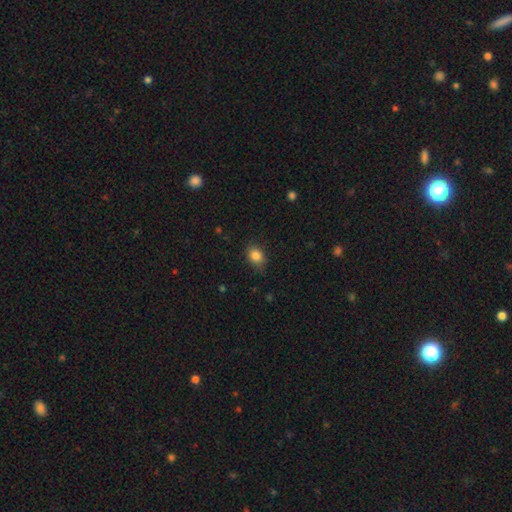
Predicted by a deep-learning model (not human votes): Smooth or featured?
  - smooth: 84% *
  - star or artifact: 10%
  - featured or disk: 6%
How rounded?
  - in between: 60% *
  - round: 39%
  - cigar-shaped: 1%
Merging?
  - none: 80% *
  - minor disturbance: 16%
  - major disturbance: 3%
  - merger: 1%